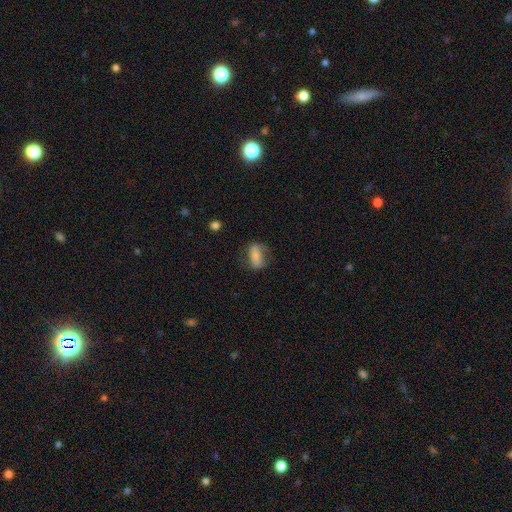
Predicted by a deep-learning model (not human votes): Morphology: type=smooth (63%); roundness=in between (81%); merging=none (59%).